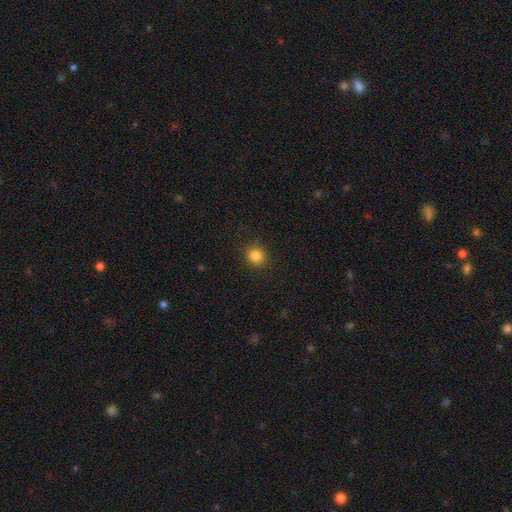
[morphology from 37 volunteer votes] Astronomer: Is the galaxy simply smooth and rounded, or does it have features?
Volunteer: smooth — 95%.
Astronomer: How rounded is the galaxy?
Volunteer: round — 91%.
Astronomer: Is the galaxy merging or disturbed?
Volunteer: none — 83%.